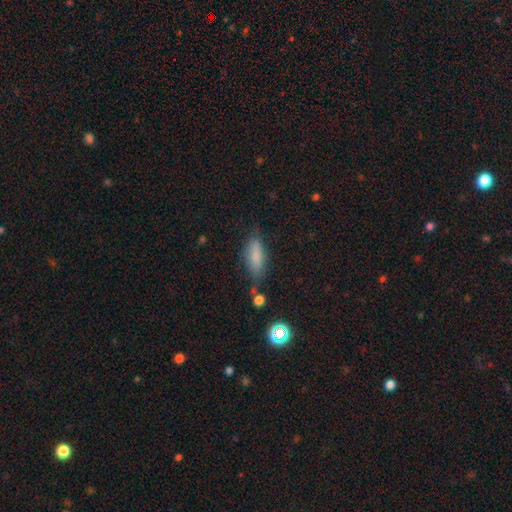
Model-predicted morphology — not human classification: This appears to be a smooth galaxy with no disk features (76%) that is in between round and cigar-shaped (62%). Merging: none (68%).